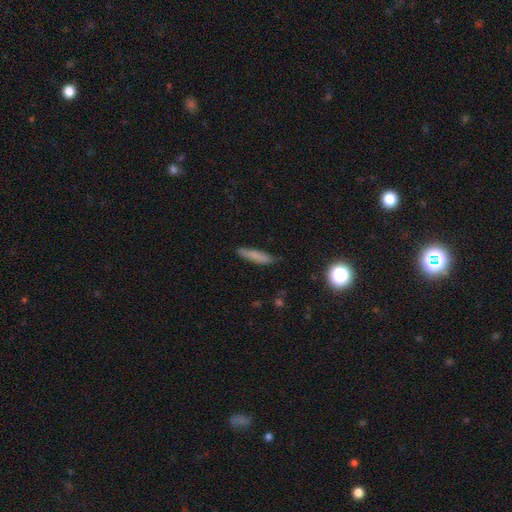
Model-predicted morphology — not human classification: A smooth galaxy with no disk features (75%) that is cigar-shaped (83%). Merging: none (81%).